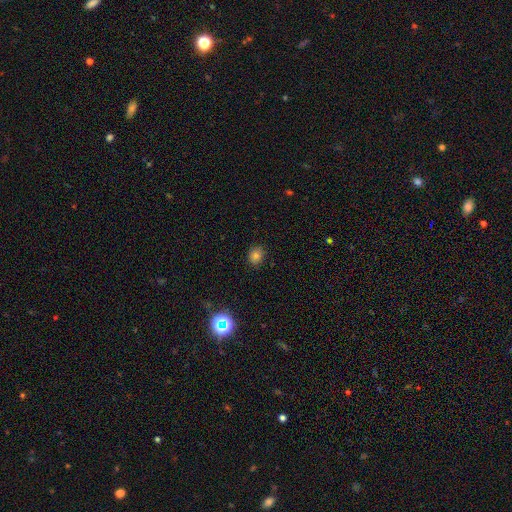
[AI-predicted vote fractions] Smooth or featured: smooth — 75% (star or artifact — 17%)
How rounded: round — 68% (in between — 32%)
Merging: none — 87% (minor disturbance — 9%)